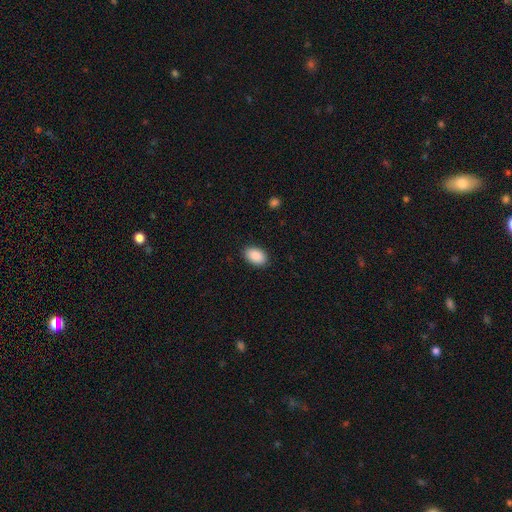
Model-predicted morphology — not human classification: This is clearly a smooth galaxy (89%). How rounded: clearly in between (91%). Merging: clearly none (89%).